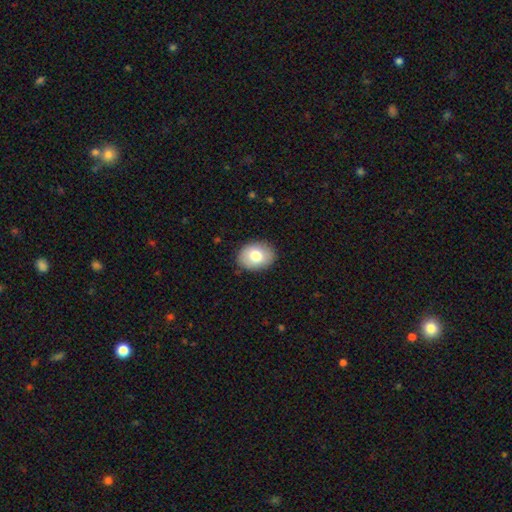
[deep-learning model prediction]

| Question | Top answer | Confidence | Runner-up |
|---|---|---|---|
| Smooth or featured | smooth | 78% | featured or disk (15%) |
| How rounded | in between | 66% | round (33%) |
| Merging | none | 87% | minor disturbance (10%) |